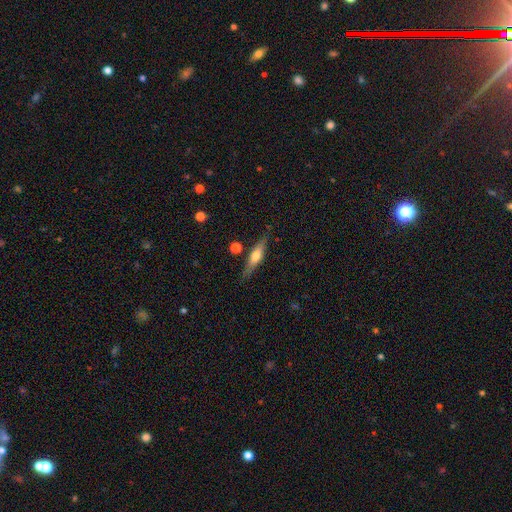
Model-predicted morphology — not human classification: This is possibly a featured or disk galaxy (53%). It is clearly viewed edge-on (92%). Merging: clearly none (81%).